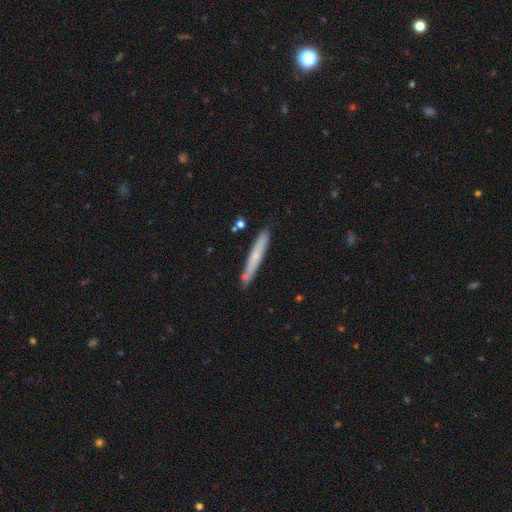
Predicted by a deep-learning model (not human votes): Smooth or featured? smooth (56%)
How rounded? cigar-shaped (95%)
Merging? none (81%)